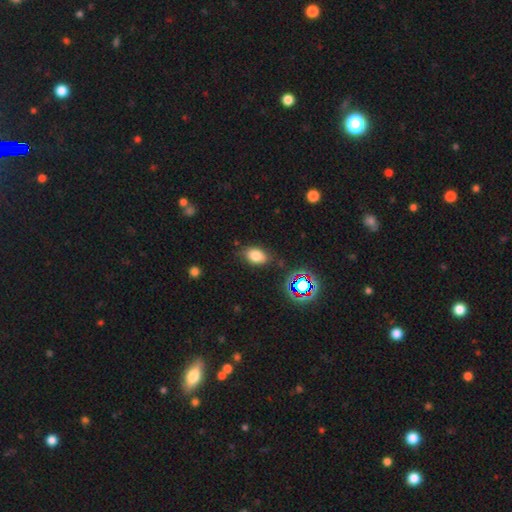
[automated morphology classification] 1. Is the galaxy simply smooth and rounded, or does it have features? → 77% smooth, 14% star or artifact, 9% featured or disk.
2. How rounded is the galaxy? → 84% in between, 14% round, 2% cigar-shaped.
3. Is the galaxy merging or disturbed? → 79% none, 15% minor disturbance, 4% major disturbance, 3% merger.